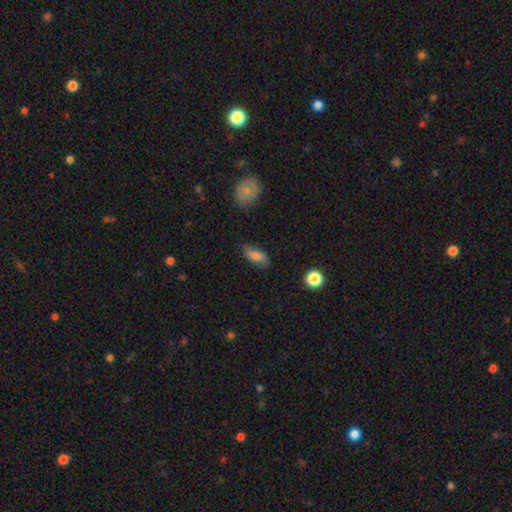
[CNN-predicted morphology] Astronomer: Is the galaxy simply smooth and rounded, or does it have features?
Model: smooth — 67%.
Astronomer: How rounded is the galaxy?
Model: in between — 84%.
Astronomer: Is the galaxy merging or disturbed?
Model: none — 69%.